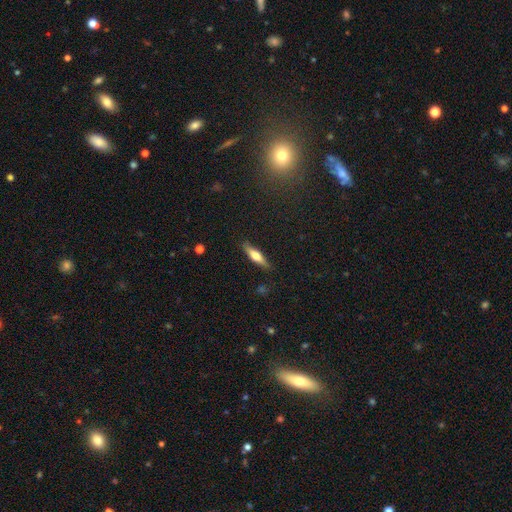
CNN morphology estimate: Smooth or featured? smooth (53%)
How rounded? cigar-shaped (73%)
Merging? none (86%)